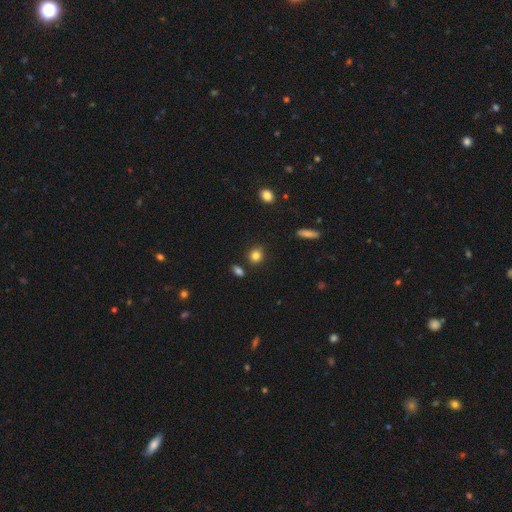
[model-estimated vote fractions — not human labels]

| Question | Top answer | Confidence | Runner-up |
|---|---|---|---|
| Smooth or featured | smooth | 84% | star or artifact (10%) |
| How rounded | round | 75% | in between (24%) |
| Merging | none | 84% | minor disturbance (9%) |